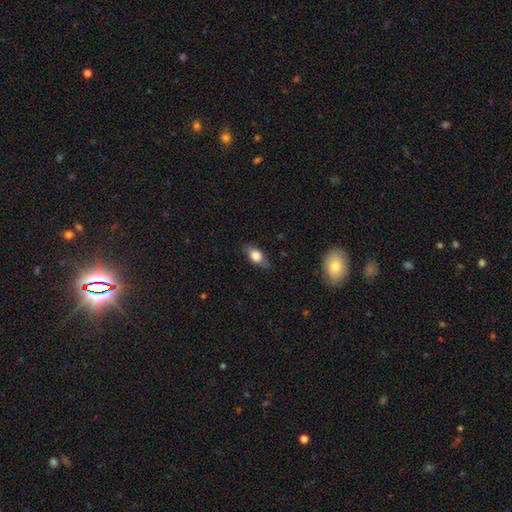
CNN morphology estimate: smooth 74%, featured or disk 18%, star or artifact 8%. Down the decision tree: how rounded — in between (81%); merging — none (77%).